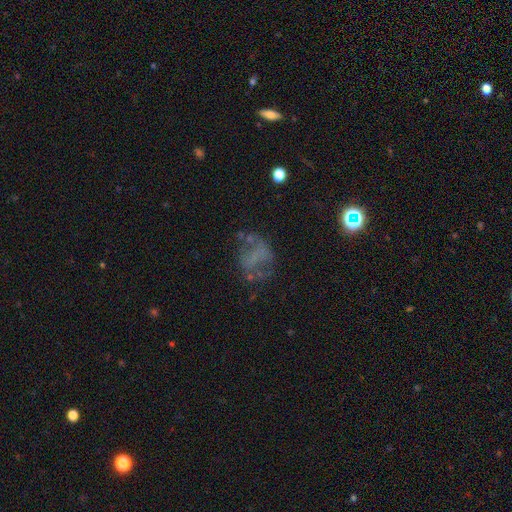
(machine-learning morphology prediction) Smooth or featured?
  - featured or disk: 48% *
  - smooth: 29%
  - star or artifact: 23%
Merging?
  - none: 52% *
  - major disturbance: 23%
  - minor disturbance: 19%
  - merger: 5%